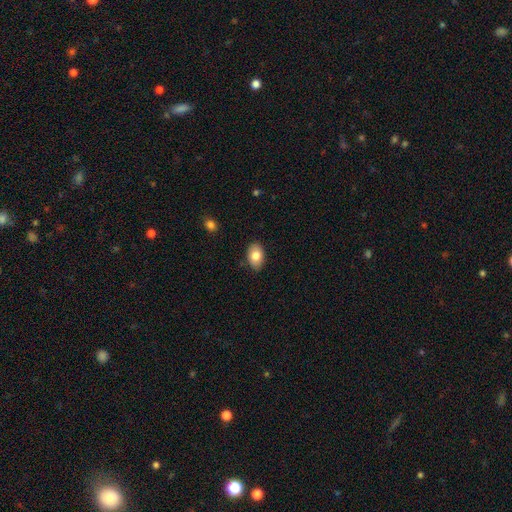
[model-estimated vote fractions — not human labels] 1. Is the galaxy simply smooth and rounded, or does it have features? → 82% smooth, 11% featured or disk, 7% star or artifact.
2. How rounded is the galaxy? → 88% in between, 11% round, 1% cigar-shaped.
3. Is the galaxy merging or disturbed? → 86% none, 11% minor disturbance, 2% major disturbance, 1% merger.